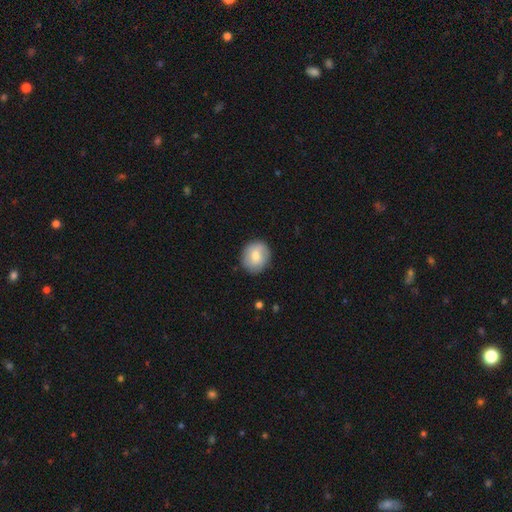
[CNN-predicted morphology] Overall: smooth (70%). How rounded: round (80%). Merging: none (84%).